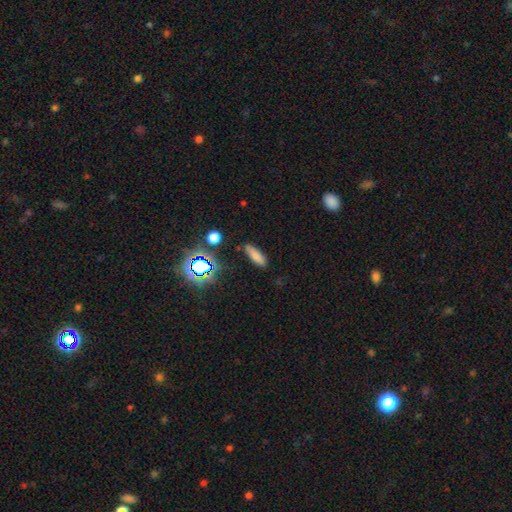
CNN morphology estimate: This appears to be a smooth galaxy with no disk features (76%) that is cigar-shaped (50%). Merging: none (84%).